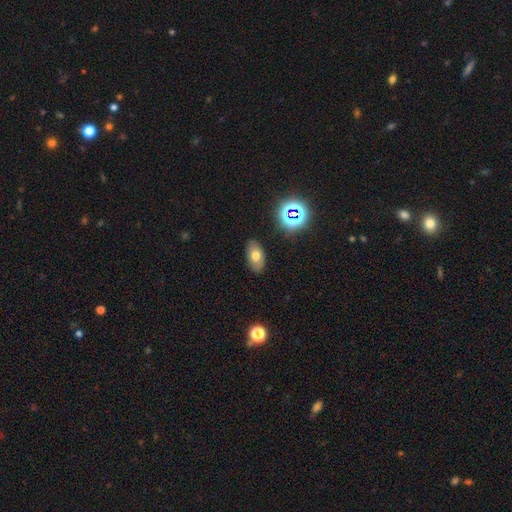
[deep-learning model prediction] Overall: smooth (67%). How rounded: in between (90%). Merging: none (83%).